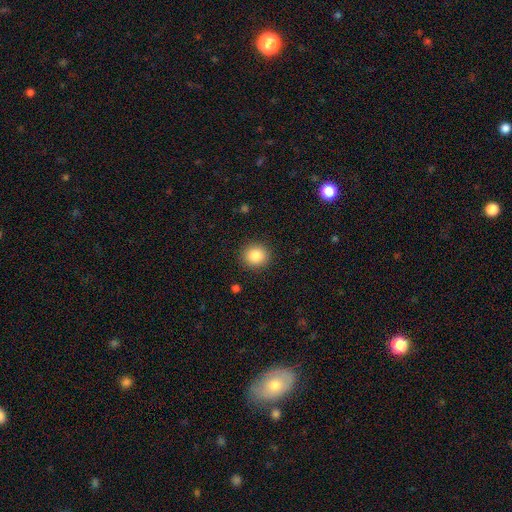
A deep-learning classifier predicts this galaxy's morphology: Smooth or featured: smooth — 86% (star or artifact — 9%)
How rounded: round — 90% (in between — 9%)
Merging: none — 91% (minor disturbance — 6%)